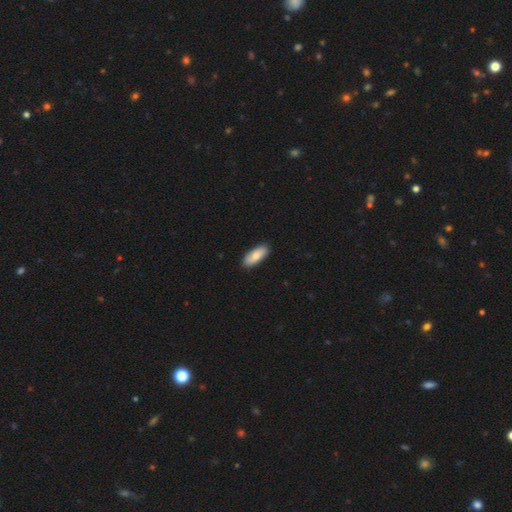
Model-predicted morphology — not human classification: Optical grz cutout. It shows a smooth galaxy with no disk features (85%) that is in between round and cigar-shaped (78%). Merging: none (89%).